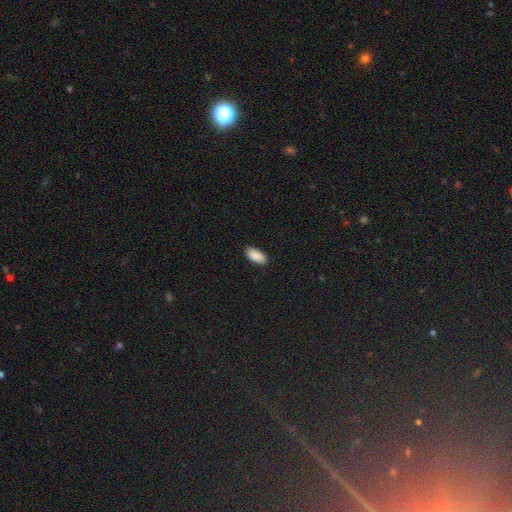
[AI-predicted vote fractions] smooth-or-featured: smooth: 90% | star or artifact: 7% | featured or disk: 3%
  how-rounded: in between: 91% | cigar-shaped: 7% | round: 2%
  merging: none: 87% | minor disturbance: 10% | major disturbance: 2% | merger: 1%